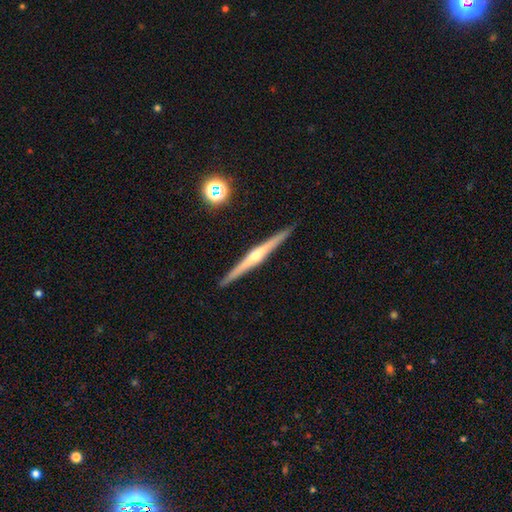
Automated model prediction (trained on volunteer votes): Morphology: type=featured or disk (79%); edge-on=yes (98%); edge-on bulge=rounded (84%); merging=none (92%).